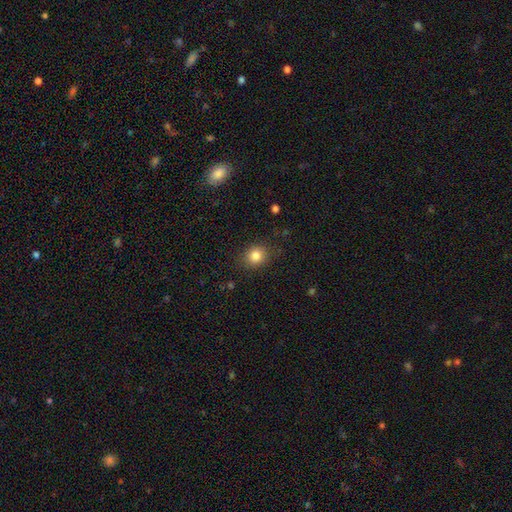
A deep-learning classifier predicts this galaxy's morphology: A smooth galaxy with no disk features (83%) that is round (69%).

Vote fractions:
- Smooth or featured? smooth: 83% / star or artifact: 11% / featured or disk: 6%
- How rounded? round: 69% / in between: 30% / cigar-shaped: 1%
- Merging? none: 84% / minor disturbance: 11% / major disturbance: 4% / merger: 1%